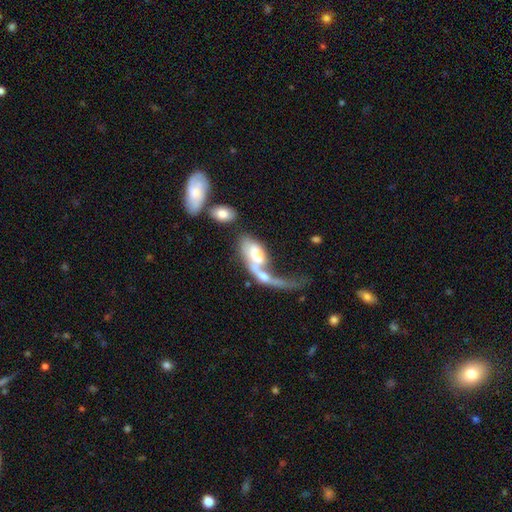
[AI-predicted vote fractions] This is possibly a featured or disk galaxy (46%). Merging: possibly merger (58%).